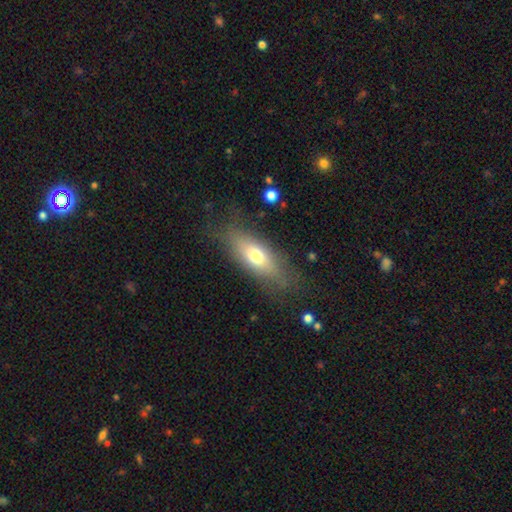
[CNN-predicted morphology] smooth-or-featured: smooth: 65% | featured or disk: 27% | star or artifact: 8%
  how-rounded: in between: 69% | cigar-shaped: 27% | round: 4%
  merging: none: 74% | minor disturbance: 17% | major disturbance: 8% | merger: 2%